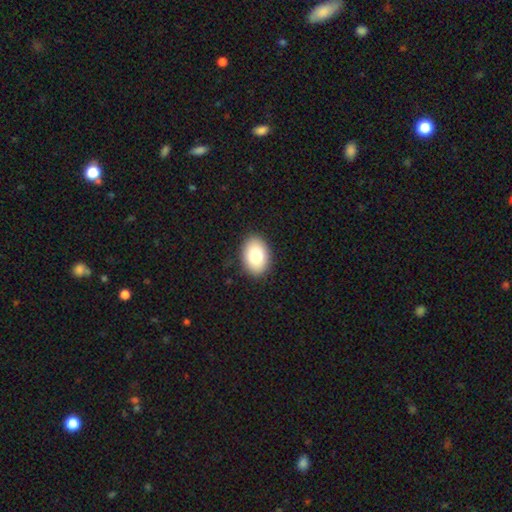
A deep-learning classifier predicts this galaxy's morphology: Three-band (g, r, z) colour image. It shows a smooth galaxy with no disk features (81%) that is in between round and cigar-shaped (82%). Merging: none (89%).